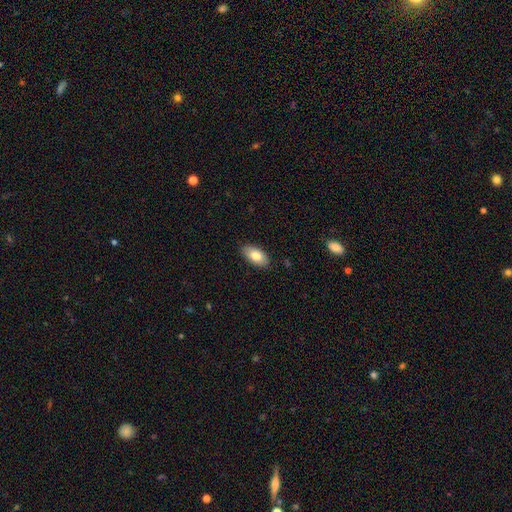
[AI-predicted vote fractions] The model was most divided on "smooth or featured": smooth: 81%, featured or disk: 12%, star or artifact: 6%. More confident: how rounded — in between (94%); merging — none (87%).